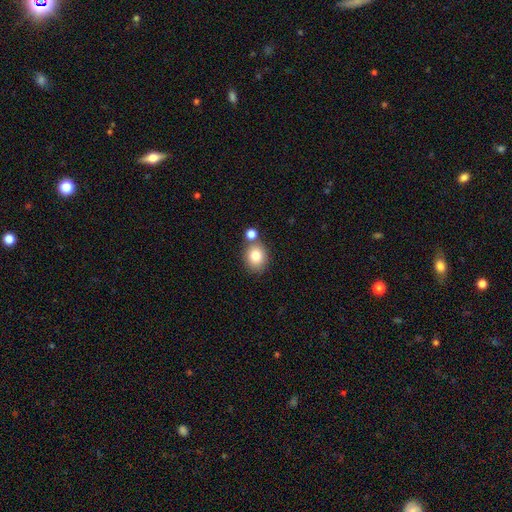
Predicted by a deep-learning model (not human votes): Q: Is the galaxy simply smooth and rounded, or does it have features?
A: smooth — 80%.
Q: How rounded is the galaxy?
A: round — 69%.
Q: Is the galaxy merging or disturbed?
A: none — 68%.